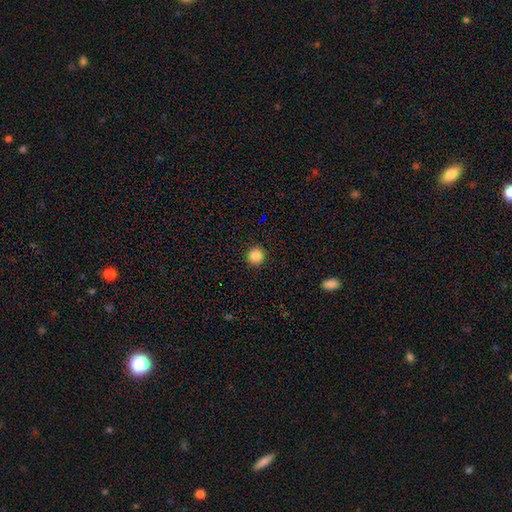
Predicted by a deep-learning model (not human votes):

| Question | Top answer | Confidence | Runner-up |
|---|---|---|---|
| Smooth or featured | smooth | 87% | star or artifact (10%) |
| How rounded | round | 96% | in between (3%) |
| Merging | none | 93% | minor disturbance (4%) |